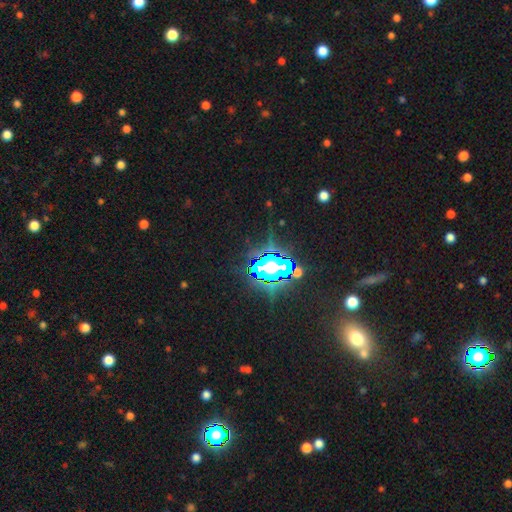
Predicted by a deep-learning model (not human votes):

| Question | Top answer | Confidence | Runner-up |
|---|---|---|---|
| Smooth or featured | star or artifact | 76% | smooth (13%) |